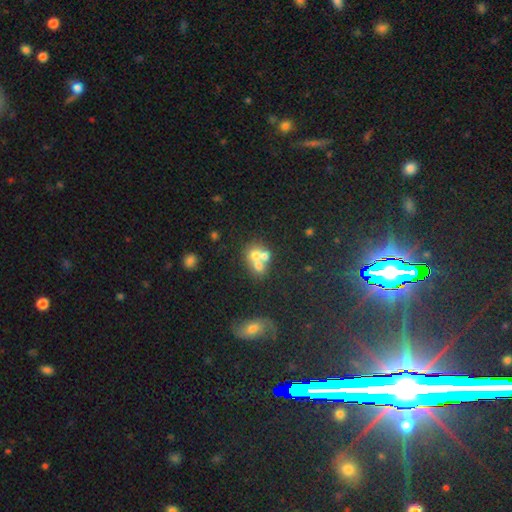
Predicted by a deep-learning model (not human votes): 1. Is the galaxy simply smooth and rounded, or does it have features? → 57% smooth, 29% featured or disk, 14% star or artifact.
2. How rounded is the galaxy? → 67% round, 31% in between, 1% cigar-shaped.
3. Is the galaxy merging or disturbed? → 63% merger, 26% none, 7% minor disturbance, 4% major disturbance.